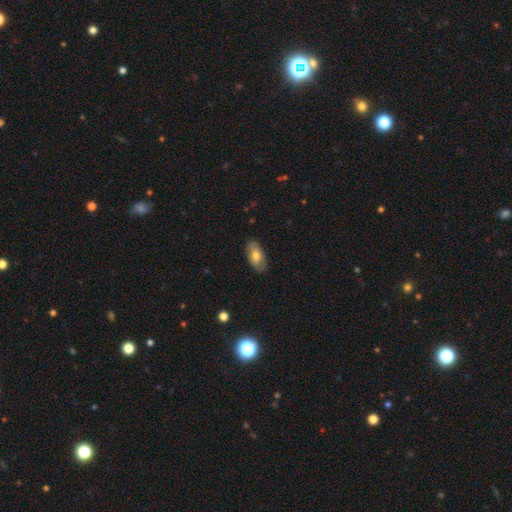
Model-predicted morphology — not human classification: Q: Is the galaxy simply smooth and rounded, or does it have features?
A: smooth — 72%.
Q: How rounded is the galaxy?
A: in between — 92%.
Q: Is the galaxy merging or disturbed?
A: none — 86%.